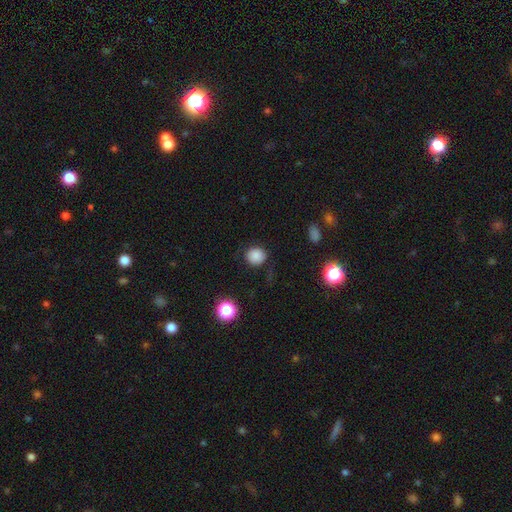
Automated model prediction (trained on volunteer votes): Smooth or featured: smooth — 84% (star or artifact — 12%)
How rounded: round — 84% (in between — 15%)
Merging: none — 82% (minor disturbance — 12%)